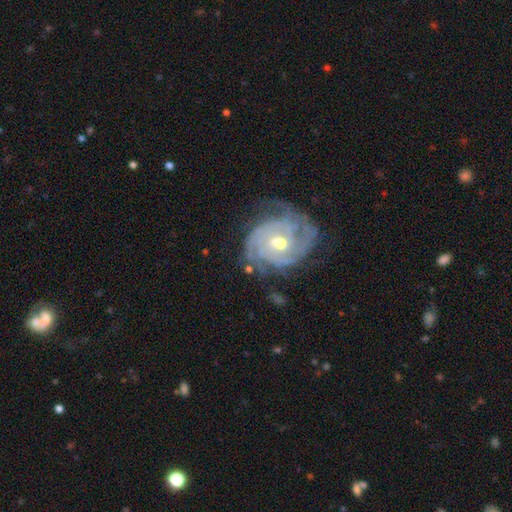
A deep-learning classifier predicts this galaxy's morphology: Smooth or featured?
  - featured or disk: 88% *
  - smooth: 6%
  - star or artifact: 6%
Edge-on disk?
  - no: 97% *
  - yes: 3%
Bar?
  - no: 57% *
  - weak: 33%
  - strong: 10%
Spiral arms?
  - yes: 96% *
  - no: 4%
Spiral winding?
  - tight: 72% *
  - medium: 23%
  - loose: 5%
Spiral arm count?
  - can't tell: 27% *
  - 3: 26%
  - 2: 17%
  - 4: 17%
  - more than 4: 7%
  - 1: 6%
Bulge size?
  - moderate: 57% *
  - small: 40%
  - large: 2%
  - none: 1%
  - dominant: 1%
Merging?
  - none: 67% *
  - minor disturbance: 22%
  - major disturbance: 9%
  - merger: 2%